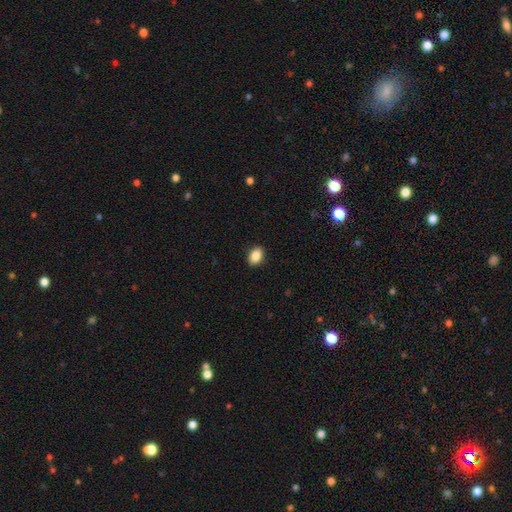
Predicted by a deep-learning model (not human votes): smooth 88%, star or artifact 8%, featured or disk 4%. Down the decision tree: how rounded — in between (79%); merging — none (90%).